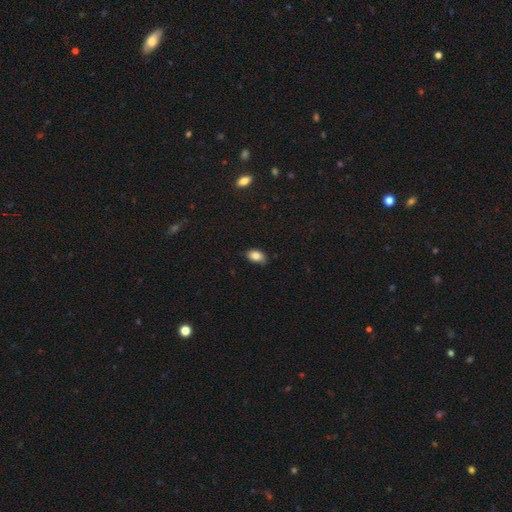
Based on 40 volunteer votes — Q: Smooth or featured?
A: smooth (95%); runner-up: featured or disk (2%)
Q: How rounded?
A: in between (95%); runner-up: round (5%)
Q: Merging?
A: none (72%); runner-up: minor disturbance (15%)